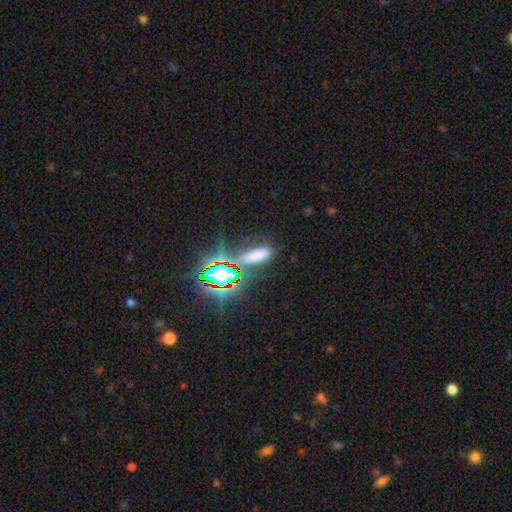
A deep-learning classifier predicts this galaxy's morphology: Smooth or featured: smooth — 56% (star or artifact — 34%)
How rounded: in between — 59% (cigar-shaped — 34%)
Merging: none — 65% (minor disturbance — 17%)